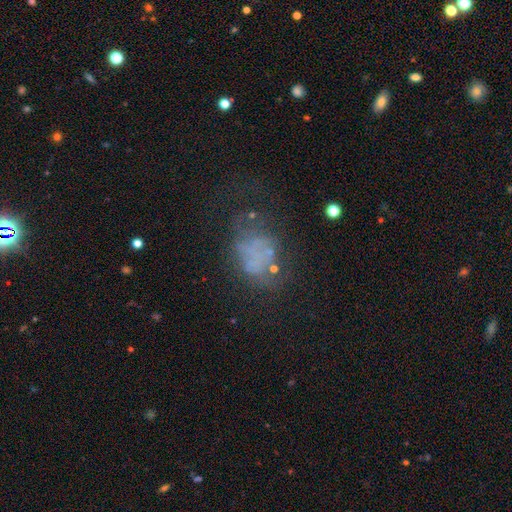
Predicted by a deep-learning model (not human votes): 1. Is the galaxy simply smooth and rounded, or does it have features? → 44% featured or disk, 35% smooth, 21% star or artifact.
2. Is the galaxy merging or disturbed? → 37% major disturbance (tied), 37% none (tied), 20% minor disturbance, 7% merger.